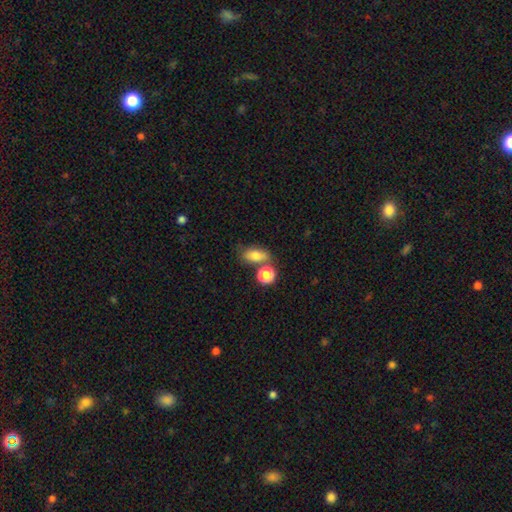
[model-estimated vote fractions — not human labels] Smooth or featured? Predicted: smooth (p=0.79). How rounded? Predicted: in between (p=0.81). Merging? Predicted: none (p=0.57).